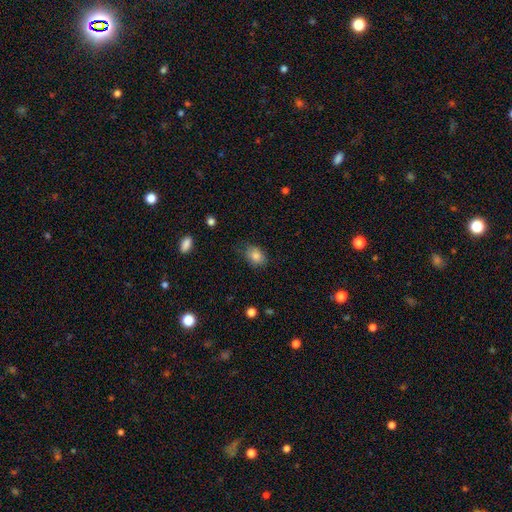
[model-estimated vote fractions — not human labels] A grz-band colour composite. It shows a smooth galaxy with no disk features (84%) that is in between round and cigar-shaped (67%). Merging: none (72%).